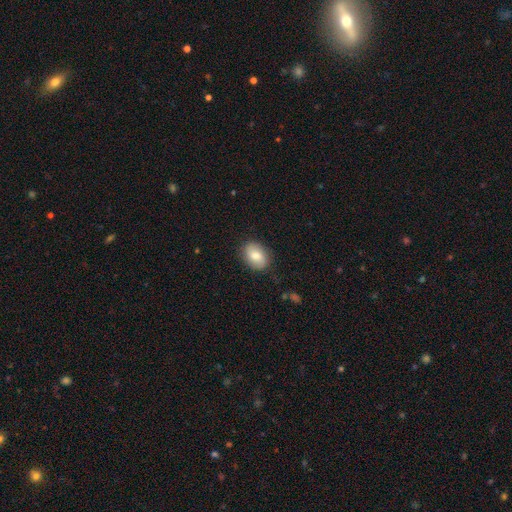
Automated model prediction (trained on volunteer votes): Overall: smooth (75%). How rounded: in between (74%). Merging: none (85%).